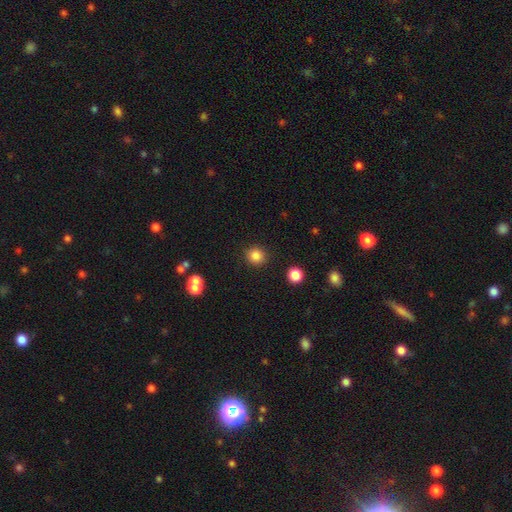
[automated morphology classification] A smooth galaxy with no disk features (84%) that is round (91%).

Vote fractions:
- Smooth or featured? smooth: 84% / star or artifact: 11% / featured or disk: 4%
- How rounded? round: 91% / in between: 8% / cigar-shaped: 1%
- Merging? none: 89% / minor disturbance: 6% / merger: 3% / major disturbance: 2%